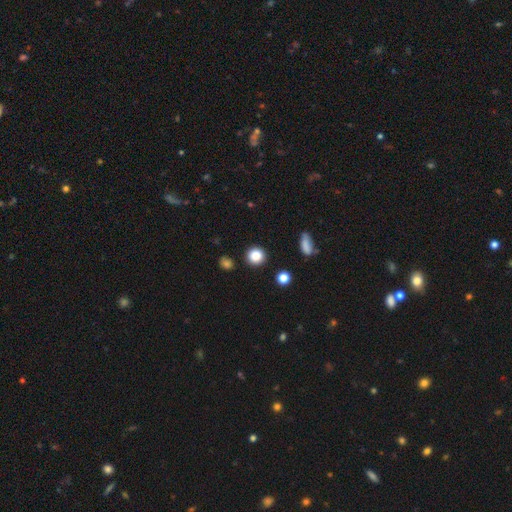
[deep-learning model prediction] The model was most divided on "smooth or featured": smooth: 85%, star or artifact: 11%, featured or disk: 4%. More confident: how rounded — round (91%); merging — none (90%).